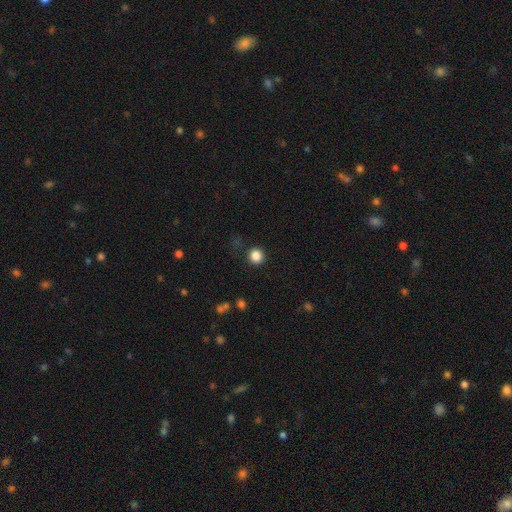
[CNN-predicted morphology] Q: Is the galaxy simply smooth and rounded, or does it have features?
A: smooth — 85%.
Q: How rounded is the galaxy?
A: round — 93%.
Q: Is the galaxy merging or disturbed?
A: none — 89%.